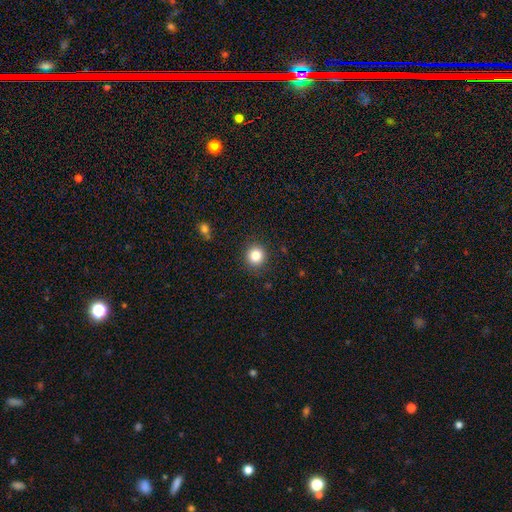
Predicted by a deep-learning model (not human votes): Smooth or featured? Predicted: smooth (p=0.84). How rounded? Predicted: round (p=0.91). Merging? Predicted: none (p=0.89).